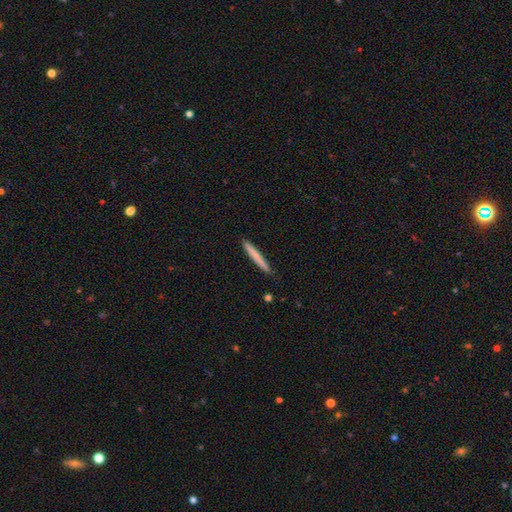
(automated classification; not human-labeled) Smooth or featured: smooth — 72% (featured or disk — 22%)
How rounded: cigar-shaped — 97% (in between — 2%)
Merging: none — 90% (minor disturbance — 7%)